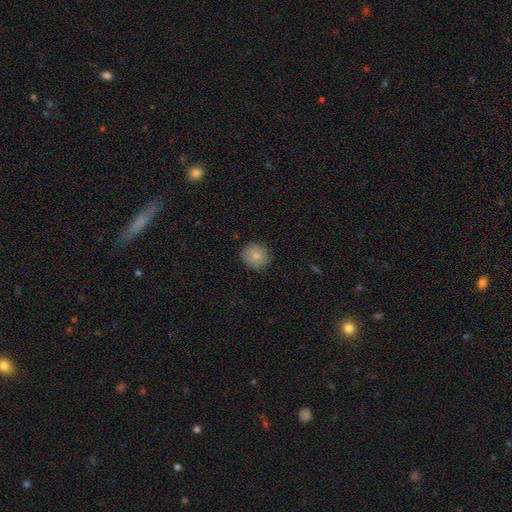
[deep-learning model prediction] Smooth or featured? smooth (82%)
How rounded? round (90%)
Merging? none (87%)